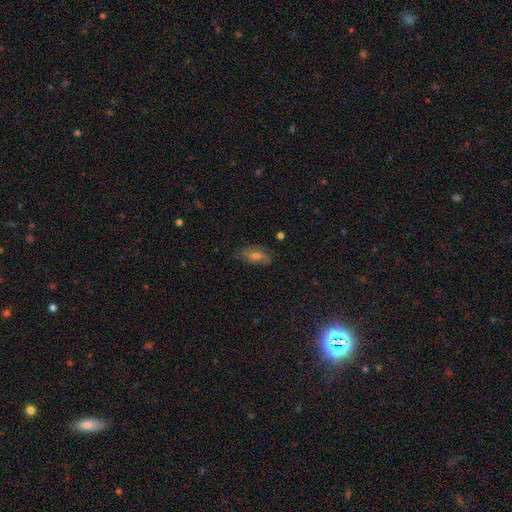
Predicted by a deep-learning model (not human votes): The model was most divided on "smooth or featured": featured or disk: 43%, smooth: 41%, star or artifact: 17%. More confident: merging — none (78%).